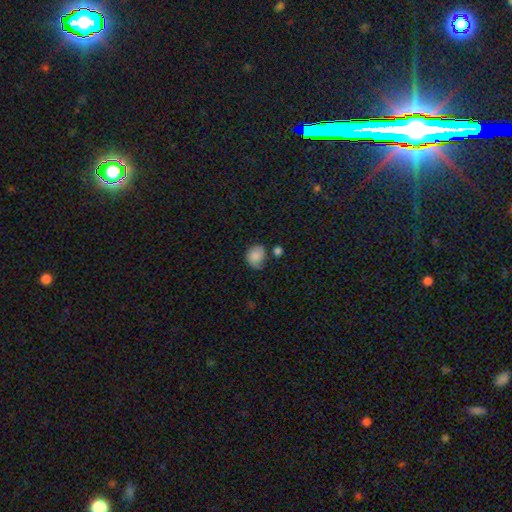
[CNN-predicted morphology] Q: Smooth or featured?
A: smooth (78%); runner-up: featured or disk (13%)
Q: How rounded?
A: round (63%); runner-up: in between (36%)
Q: Merging?
A: none (46%); runner-up: minor disturbance (32%)